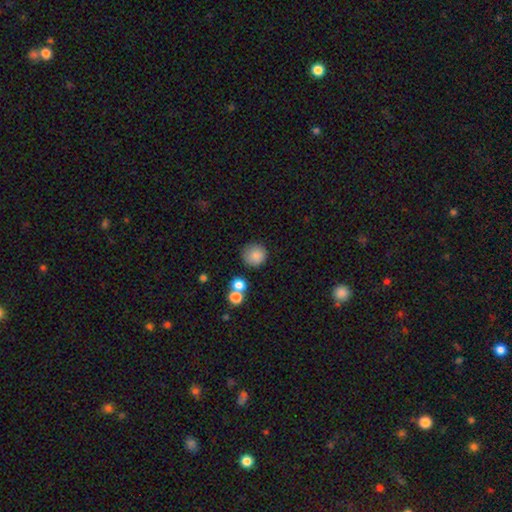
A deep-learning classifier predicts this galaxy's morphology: The model was most divided on "merging": none: 78%, minor disturbance: 11%, merger: 7%, major disturbance: 4%. More confident: how rounded — round (92%); smooth or featured — smooth (84%).